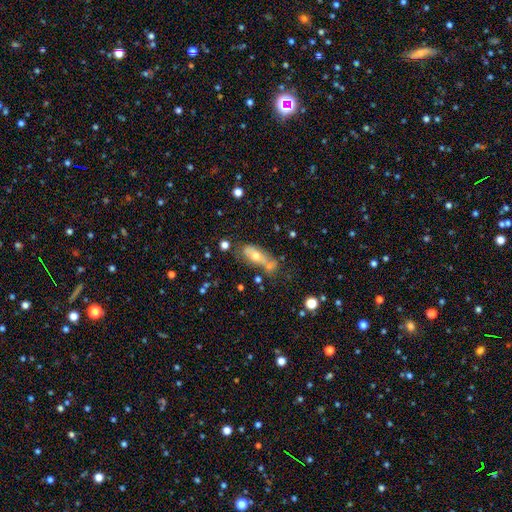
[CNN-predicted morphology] smooth-or-featured: smooth: 53% | featured or disk: 37% | star or artifact: 10%
  how-rounded: in between: 75% | cigar-shaped: 19% | round: 7%
  merging: none: 39% | merger: 31% | minor disturbance: 20% | major disturbance: 11%